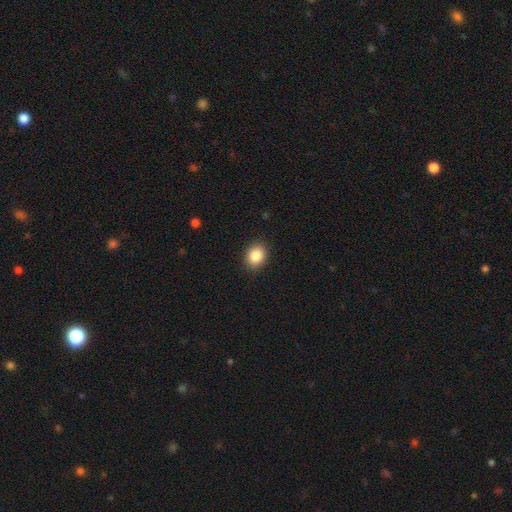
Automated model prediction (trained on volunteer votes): Smooth or featured?
  - smooth: 87% *
  - star or artifact: 8%
  - featured or disk: 5%
How rounded?
  - in between: 55% *
  - round: 44%
  - cigar-shaped: 1%
Merging?
  - none: 89% *
  - minor disturbance: 8%
  - major disturbance: 2%
  - merger: 1%